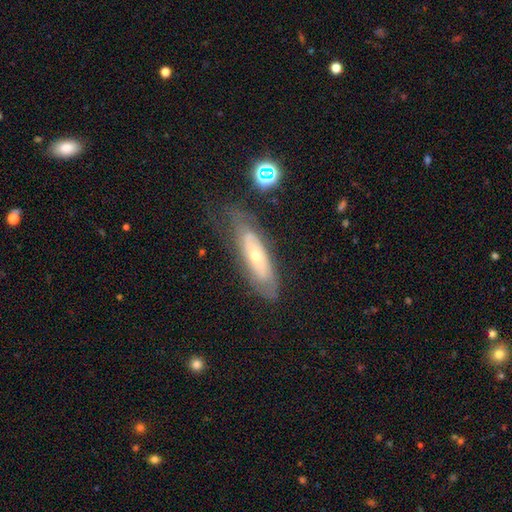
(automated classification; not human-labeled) A featured or disk galaxy (59%). Merging: none (58%).